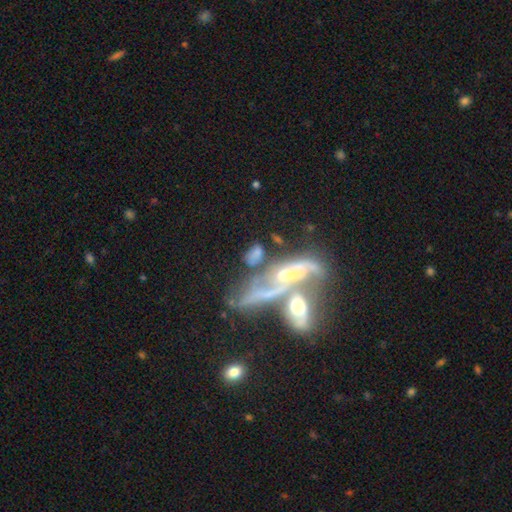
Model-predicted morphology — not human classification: A smooth galaxy with no disk features (48%).

Vote fractions:
- Smooth or featured? smooth: 48% / featured or disk: 39% / star or artifact: 12%
- Merging? merger: 46% / none: 25% / major disturbance: 17% / minor disturbance: 12%